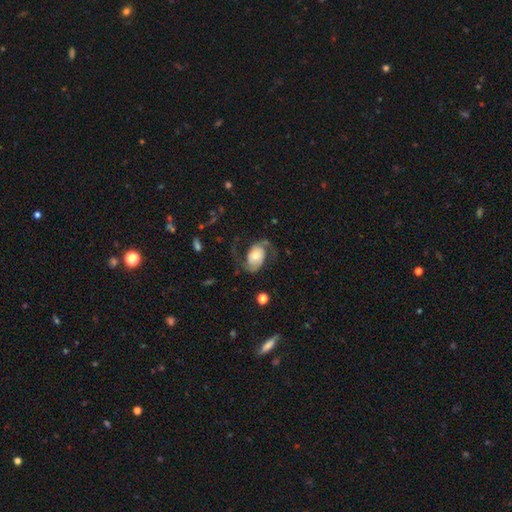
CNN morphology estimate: type=featured or disk (77%); edge-on=no (97%); bar=no (63%); spiral arms=yes (93%); winding=loose (50%); arm count=2 (91%); bulge=moderate (46%); merging=none (62%).